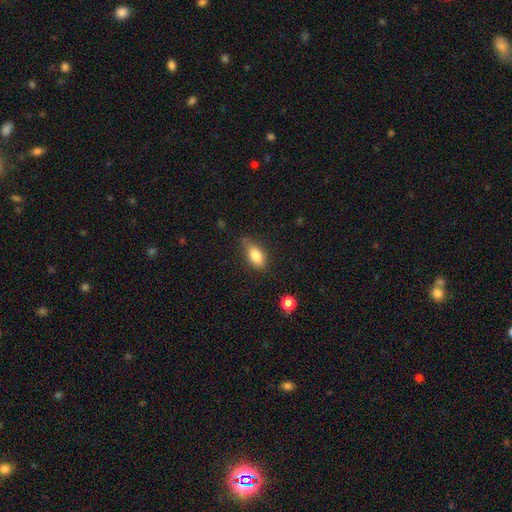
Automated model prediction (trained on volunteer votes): Q: Smooth or featured?
A: smooth (79%); runner-up: featured or disk (13%)
Q: How rounded?
A: in between (82%); runner-up: cigar-shaped (12%)
Q: Merging?
A: none (60%); runner-up: minor disturbance (30%)